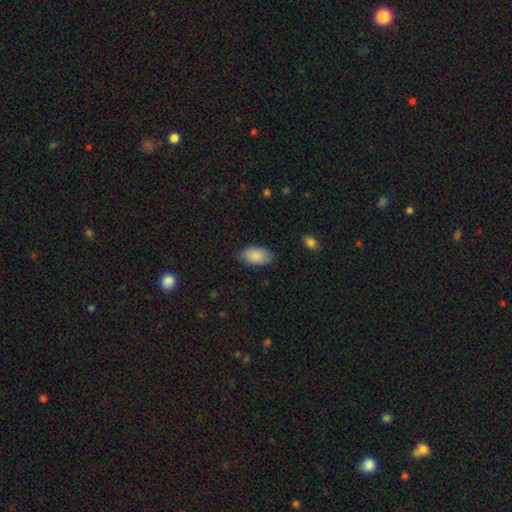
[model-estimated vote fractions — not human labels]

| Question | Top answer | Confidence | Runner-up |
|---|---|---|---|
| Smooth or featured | smooth | 86% | featured or disk (7%) |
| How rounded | in between | 93% | round (5%) |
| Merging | none | 75% | minor disturbance (20%) |